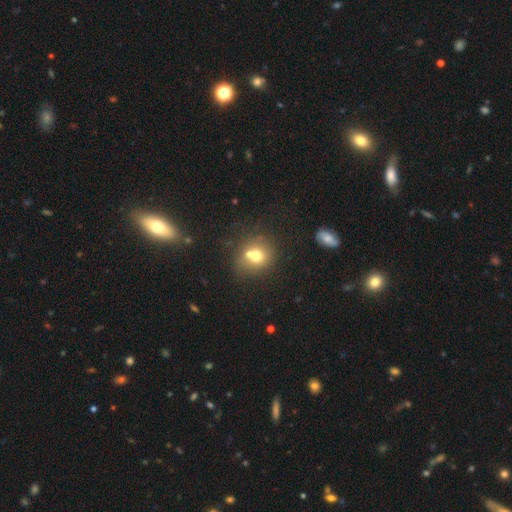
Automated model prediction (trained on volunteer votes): Morphology: type=smooth (66%); roundness=round (78%); merging=merger (45%).